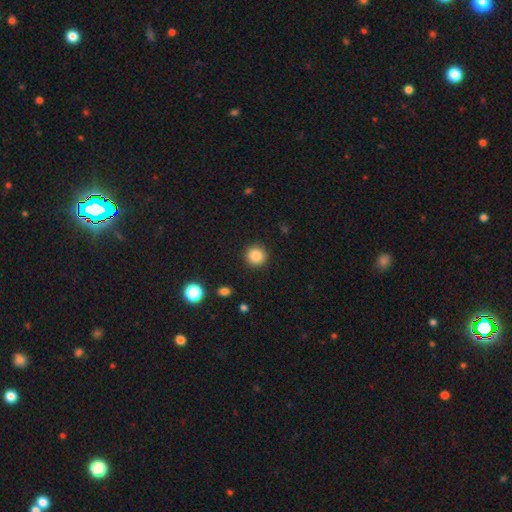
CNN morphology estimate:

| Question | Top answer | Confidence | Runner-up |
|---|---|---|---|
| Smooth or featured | smooth | 86% | star or artifact (10%) |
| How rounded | round | 95% | in between (4%) |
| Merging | none | 91% | minor disturbance (5%) |